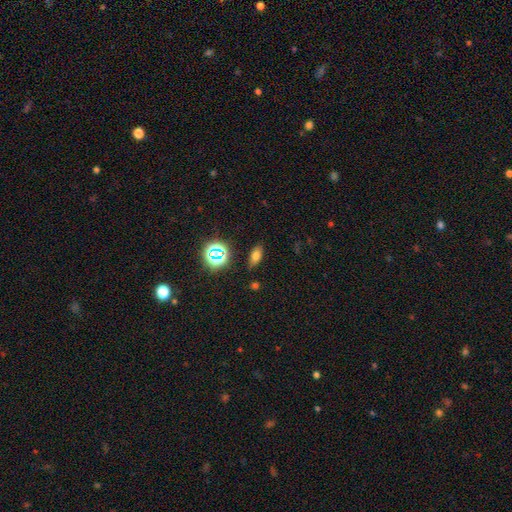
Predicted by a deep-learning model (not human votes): smooth_or_featured: smooth (p=0.69) [alt: star or artifact p=0.20]
how_rounded: in between (p=0.81) [alt: cigar-shaped p=0.10]
merging: none (p=0.83) [alt: minor disturbance p=0.12]